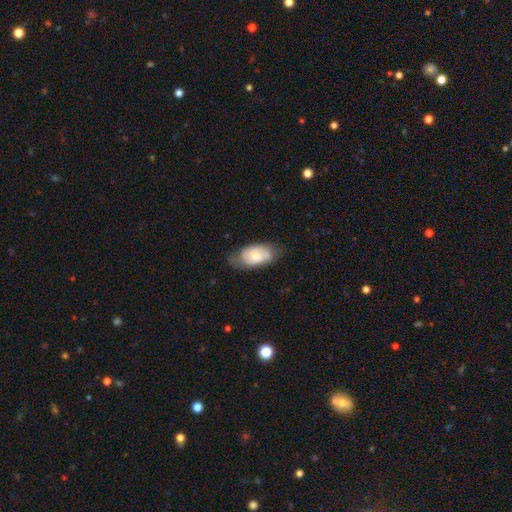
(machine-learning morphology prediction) This appears to be a smooth galaxy with no disk features (57%) that is in between round and cigar-shaped (92%). Merging: none (59%).